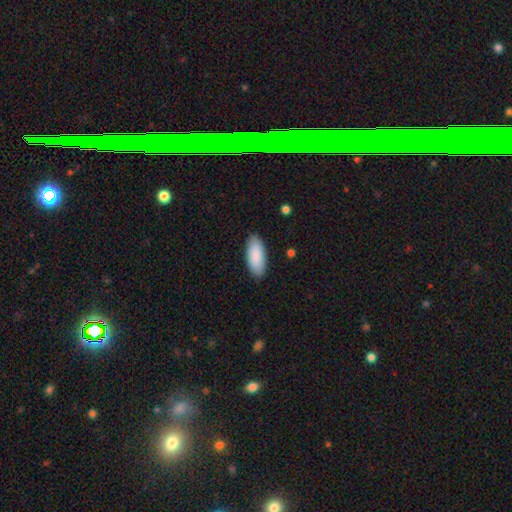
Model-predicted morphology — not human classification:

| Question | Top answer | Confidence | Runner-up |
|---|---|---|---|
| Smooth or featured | smooth | 89% | featured or disk (6%) |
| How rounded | in between | 87% | cigar-shaped (11%) |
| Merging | none | 87% | minor disturbance (10%) |